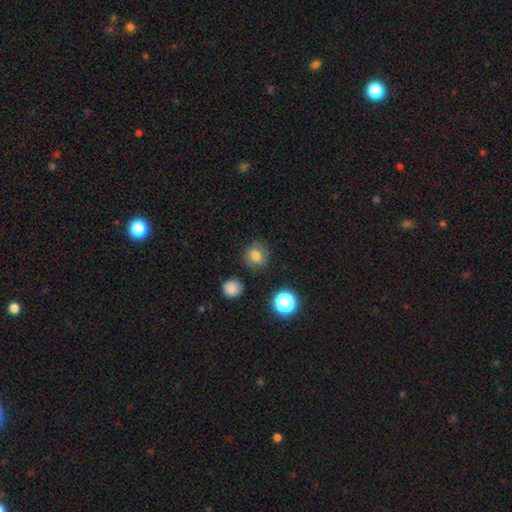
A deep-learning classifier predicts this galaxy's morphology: Q: Smooth or featured?
A: smooth (75%); runner-up: star or artifact (14%)
Q: How rounded?
A: round (78%); runner-up: in between (21%)
Q: Merging?
A: none (81%); runner-up: minor disturbance (13%)